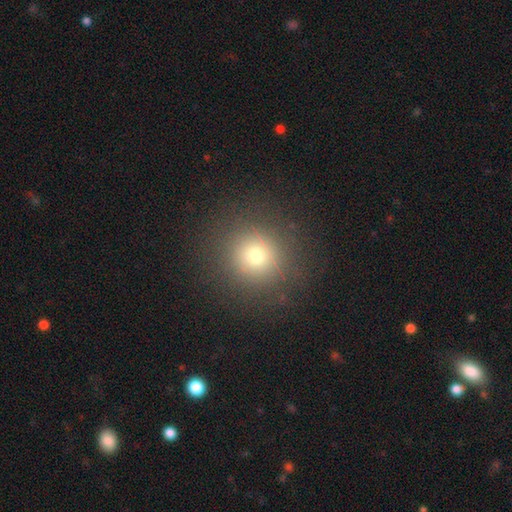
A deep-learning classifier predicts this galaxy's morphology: A smooth galaxy with no disk features (71%) that is round (94%). Merging: none (88%).